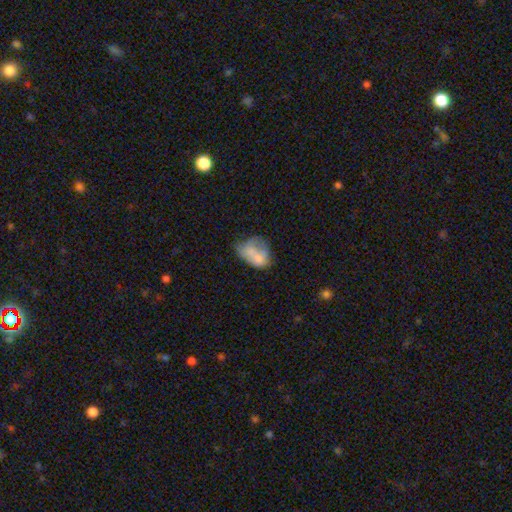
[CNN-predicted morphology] This appears to be a smooth galaxy with no disk features (61%) that is in between round and cigar-shaped (76%). Merging: none (26%, tied with major disturbance).